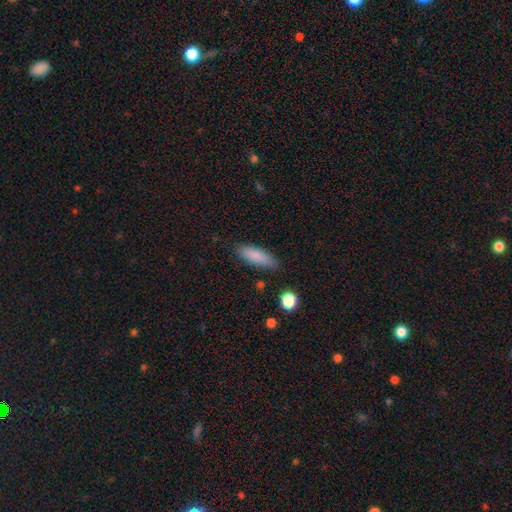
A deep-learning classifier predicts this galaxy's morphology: A smooth galaxy with no disk features (82%) that is in between round and cigar-shaped (54%).

Vote fractions:
- Smooth or featured? smooth: 82% / featured or disk: 11% / star or artifact: 7%
- How rounded? in between: 54% / cigar-shaped: 44% / round: 2%
- Merging? none: 82% / minor disturbance: 13% / major disturbance: 3% / merger: 2%